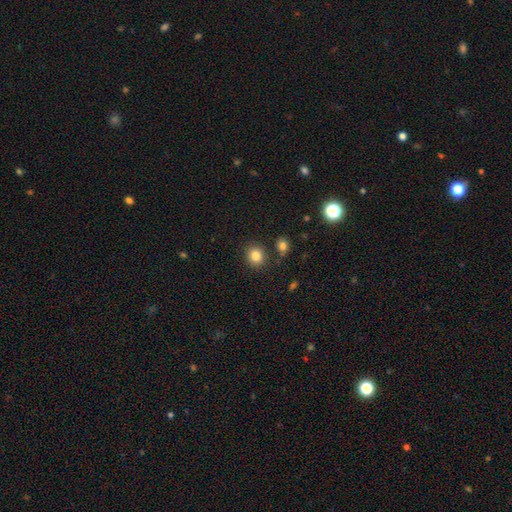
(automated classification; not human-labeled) smooth 84%, star or artifact 11%, featured or disk 5%. Down the decision tree: how rounded — round (77%); merging — none (84%).